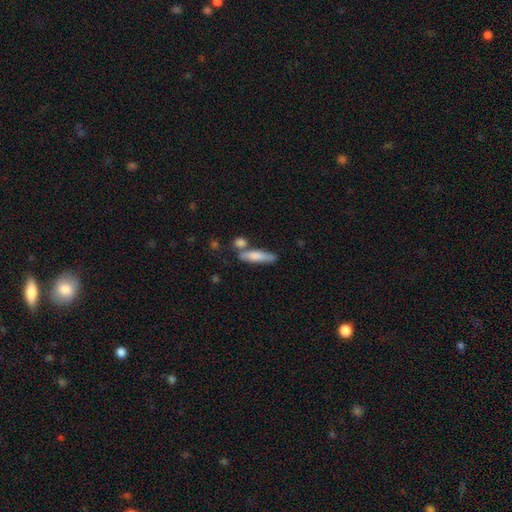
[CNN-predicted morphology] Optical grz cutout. It shows a smooth galaxy with no disk features (75%) that is cigar-shaped (72%). Merging: none (58%).